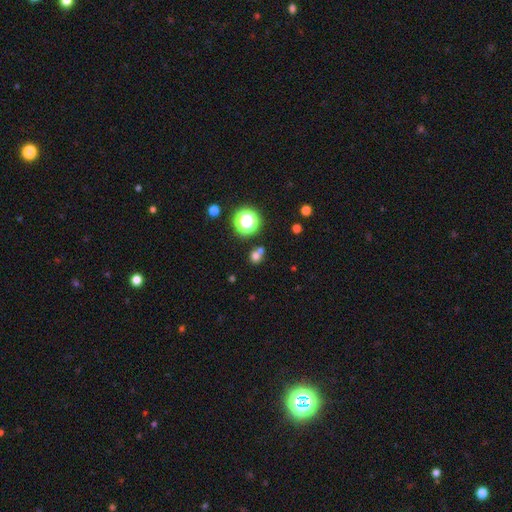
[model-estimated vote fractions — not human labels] Smooth or featured: smooth — 67% (star or artifact — 24%)
How rounded: round — 80% (in between — 19%)
Merging: none — 59% (merger — 29%)